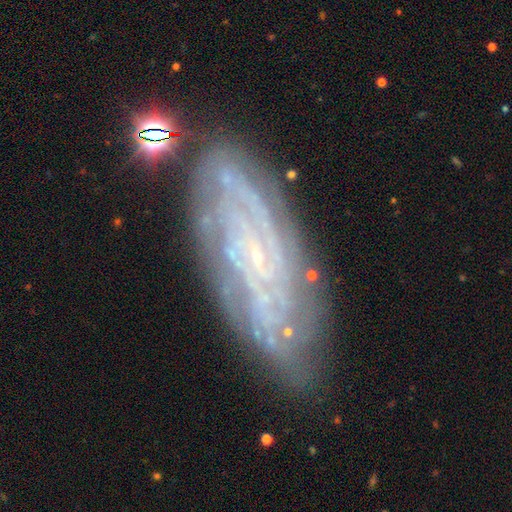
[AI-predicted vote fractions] A featured or disk galaxy (84%) with no bar (65%), tight (74%) spiral arms (96%) and a small central bulge (86%). Merging: none (77%).